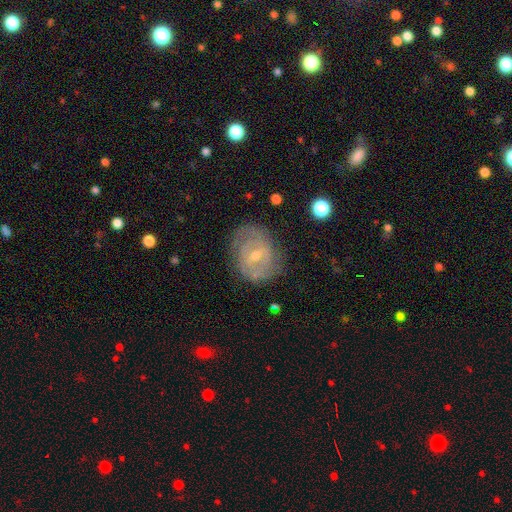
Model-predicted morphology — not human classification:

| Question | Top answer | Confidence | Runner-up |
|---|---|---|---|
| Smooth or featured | featured or disk | 76% | smooth (18%) |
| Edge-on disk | no | 97% | yes (3%) |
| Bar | weak | 55% | no (30%) |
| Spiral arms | yes | 82% | no (18%) |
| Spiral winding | tight | 60% | medium (31%) |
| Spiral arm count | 2 | 47% | can't tell (35%) |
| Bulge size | small | 53% | moderate (43%) |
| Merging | none | 70% | minor disturbance (20%) |